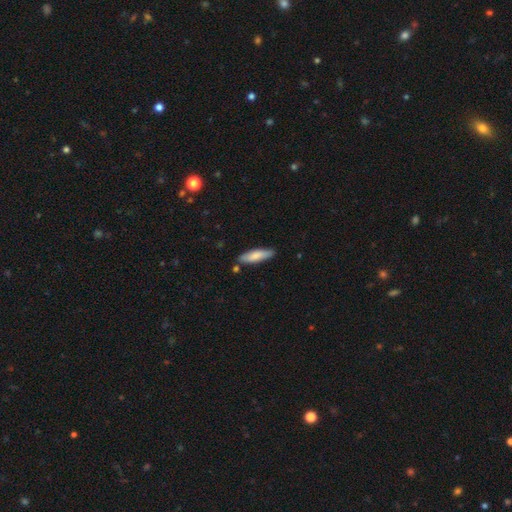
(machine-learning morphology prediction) Smooth or featured? smooth (78%)
How rounded? cigar-shaped (63%)
Merging? none (82%)